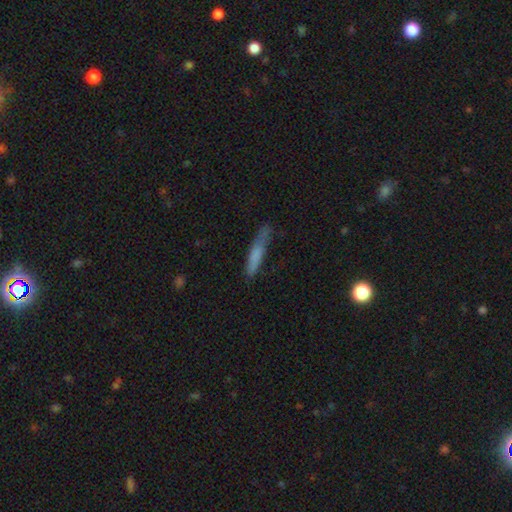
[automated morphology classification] This appears to be a smooth galaxy with no disk features (72%) that is cigar-shaped (89%). Merging: none (65%).